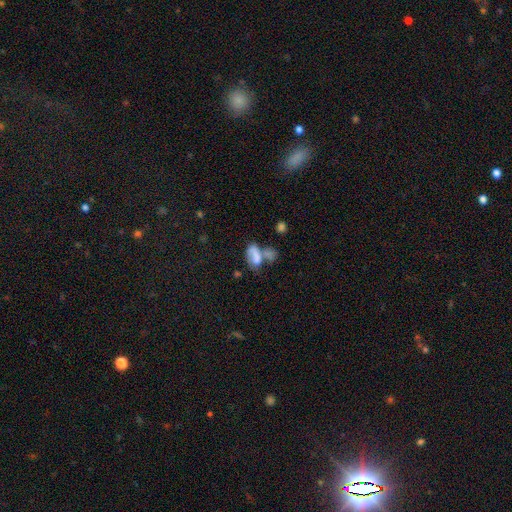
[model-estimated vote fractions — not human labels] A smooth galaxy with no disk features (69%) that is in between round and cigar-shaped (88%).

Vote fractions:
- Smooth or featured? smooth: 69% / featured or disk: 20% / star or artifact: 11%
- How rounded? in between: 88% / round: 8% / cigar-shaped: 5%
- Merging? merger: 49% / none: 22% / major disturbance: 14% / minor disturbance: 14%